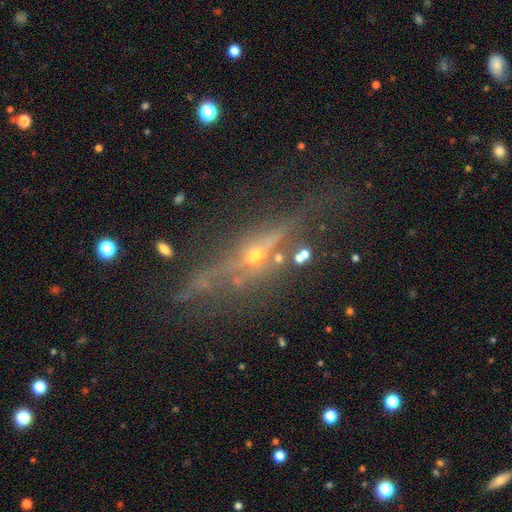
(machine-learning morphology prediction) Q: Smooth or featured?
A: featured or disk (70%); runner-up: star or artifact (17%)
Q: Edge-on disk?
A: yes (84%); runner-up: no (16%)
Q: Edge-on bulge?
A: rounded (90%); runner-up: none (6%)
Q: Merging?
A: none (68%); runner-up: minor disturbance (16%)